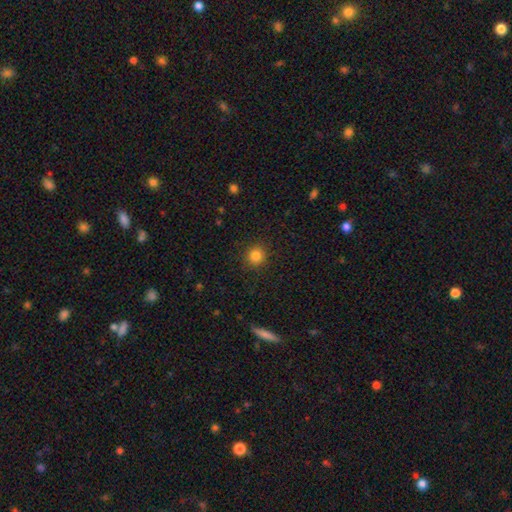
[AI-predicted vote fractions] Smooth or featured? smooth (84%)
How rounded? round (90%)
Merging? none (90%)